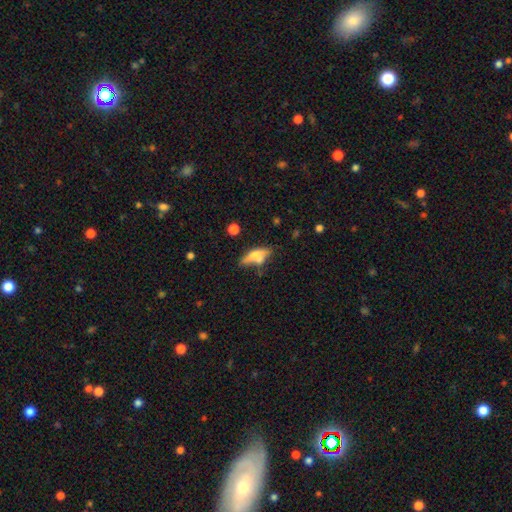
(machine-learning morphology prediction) Smooth or featured: smooth — 53% (featured or disk — 38%)
How rounded: in between — 57% (cigar-shaped — 38%)
Merging: none — 48% (minor disturbance — 24%)